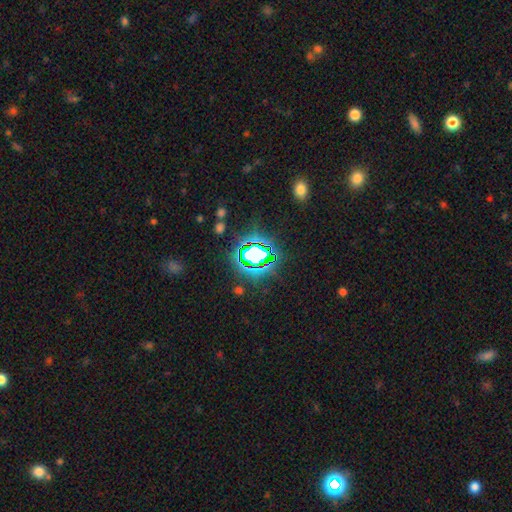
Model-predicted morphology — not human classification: Overall: star or artifact (71%).